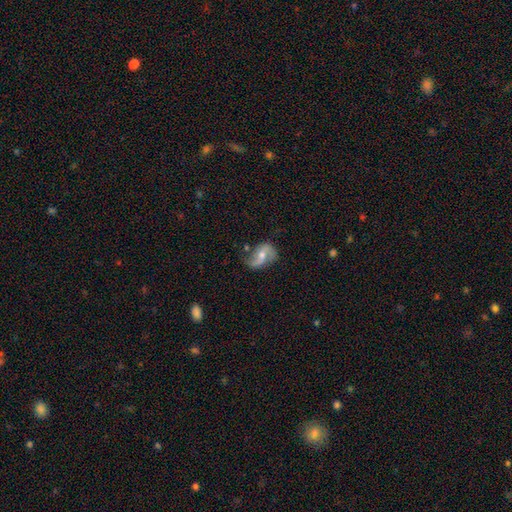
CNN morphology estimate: type=featured or disk (66%); edge-on=no (95%); bar=weak (41%); spiral arms=yes (84%); winding=medium (42%); arm count=2 (84%); bulge=moderate (48%); merging=none (72%).